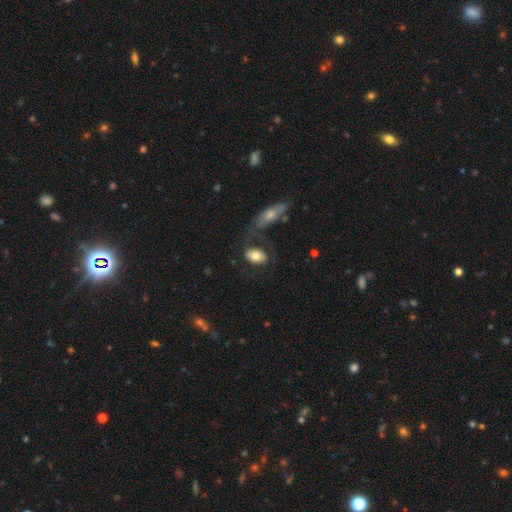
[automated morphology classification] smooth-or-featured: smooth: 70% | featured or disk: 23% | star or artifact: 6%
  how-rounded: in between: 86% | round: 12% | cigar-shaped: 2%
  merging: none: 62% | minor disturbance: 16% | merger: 12% | major disturbance: 10%